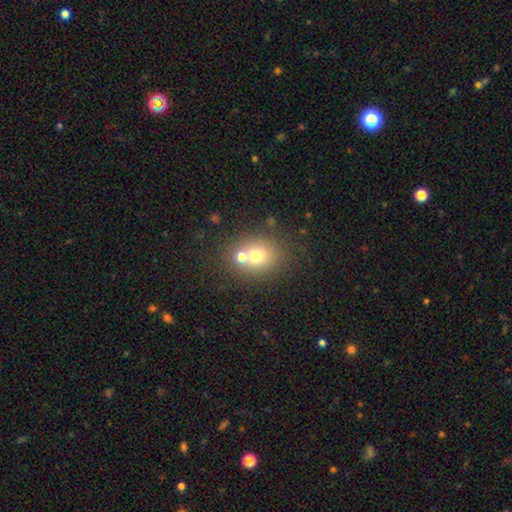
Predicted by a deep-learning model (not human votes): The model was most divided on "merging": none: 51%, merger: 37%, minor disturbance: 8%, major disturbance: 3%. More confident: smooth or featured — smooth (69%); how rounded — round (69%).